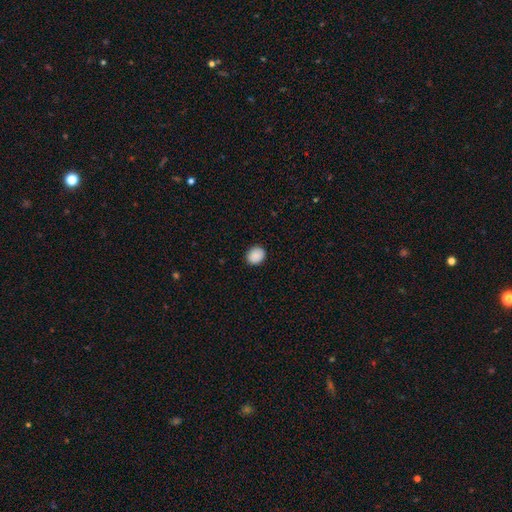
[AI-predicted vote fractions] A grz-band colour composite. It shows a smooth galaxy with no disk features (89%) that is round (66%). Merging: none (89%).